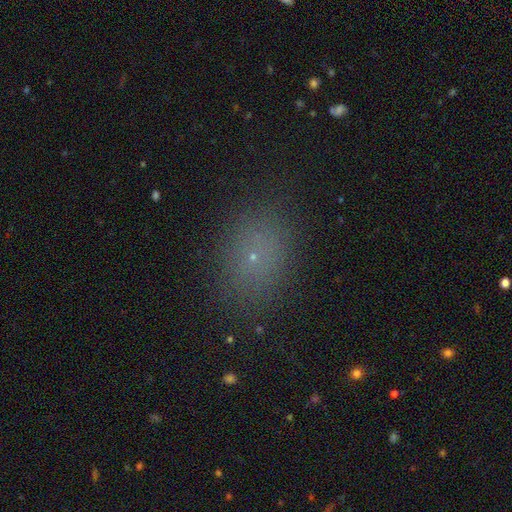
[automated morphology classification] smooth-or-featured: smooth: 67% | star or artifact: 23% | featured or disk: 11%
  how-rounded: in between: 61% | round: 38% | cigar-shaped: 1%
  merging: none: 84% | minor disturbance: 11% | major disturbance: 4% | merger: 1%